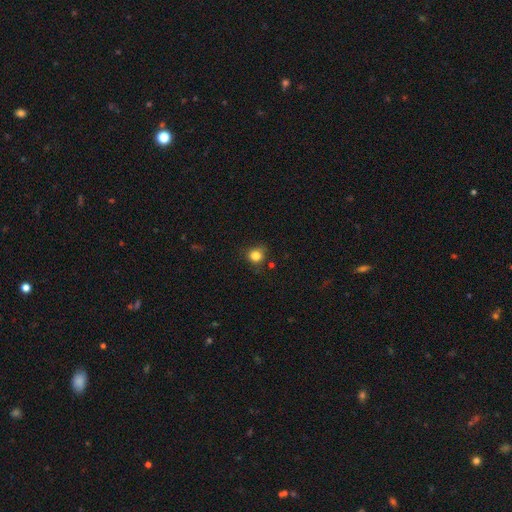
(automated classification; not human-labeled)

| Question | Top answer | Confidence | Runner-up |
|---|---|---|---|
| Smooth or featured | smooth | 83% | star or artifact (12%) |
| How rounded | round | 85% | in between (14%) |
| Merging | none | 78% | minor disturbance (16%) |